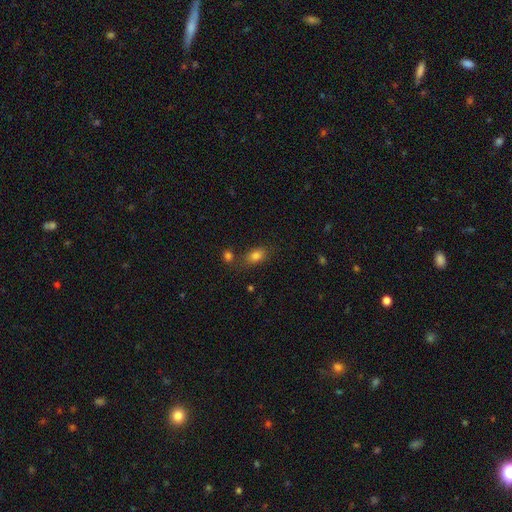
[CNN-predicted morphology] Smooth or featured? Predicted: smooth (p=0.81). How rounded? Predicted: in between (p=0.81). Merging? Predicted: none (p=0.67).